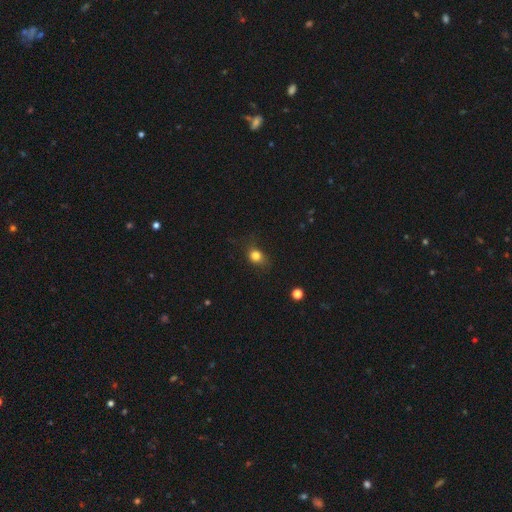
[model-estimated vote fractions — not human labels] This is likely a smooth galaxy (80%). How rounded: likely round (65%). Merging: likely none (68%).